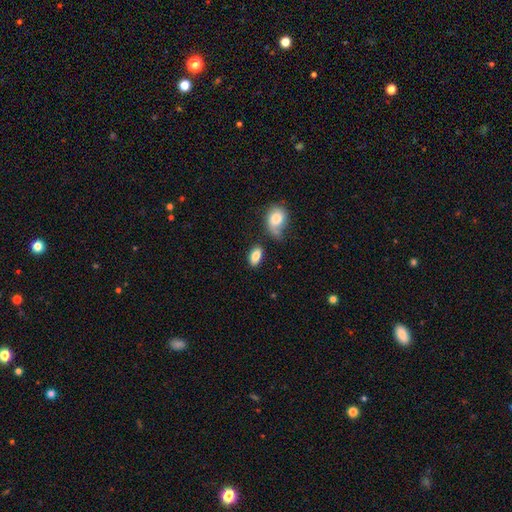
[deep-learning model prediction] Overall: smooth (83%). How rounded: in between (89%). Merging: none (70%).